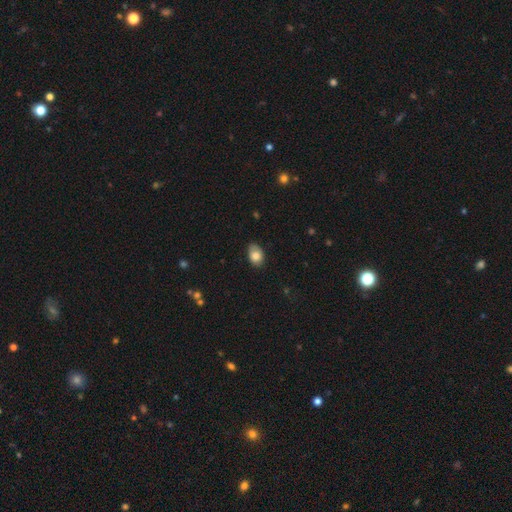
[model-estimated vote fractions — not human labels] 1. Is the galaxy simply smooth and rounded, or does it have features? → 80% smooth, 12% featured or disk, 8% star or artifact.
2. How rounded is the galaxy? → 80% in between, 18% round, 1% cigar-shaped.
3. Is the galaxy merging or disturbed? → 72% none, 23% minor disturbance, 4% major disturbance, 1% merger.